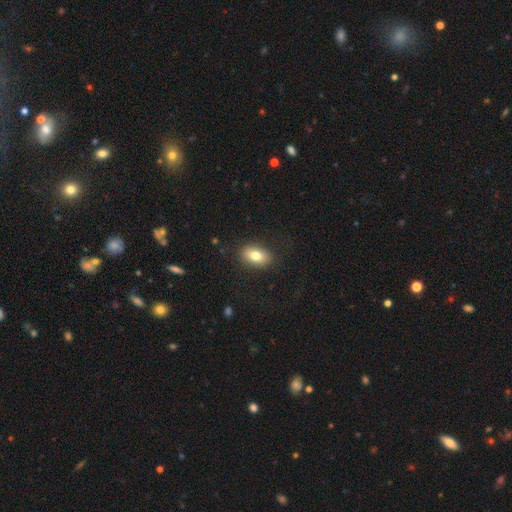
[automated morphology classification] This is likely a smooth galaxy (79%). How rounded: clearly in between (89%). Merging: clearly none (85%).